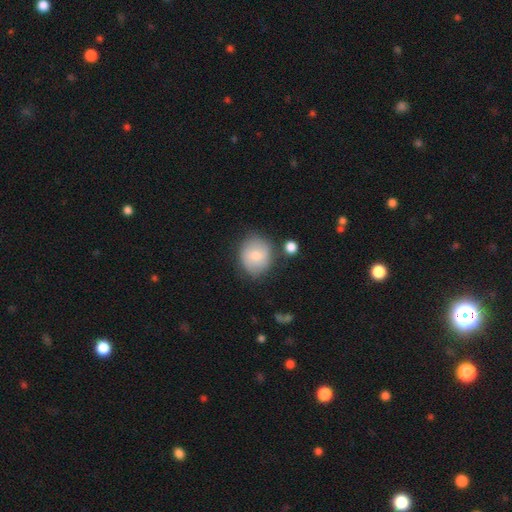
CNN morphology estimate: This appears to be a smooth galaxy with no disk features (69%) that is round (76%). Merging: none (73%).